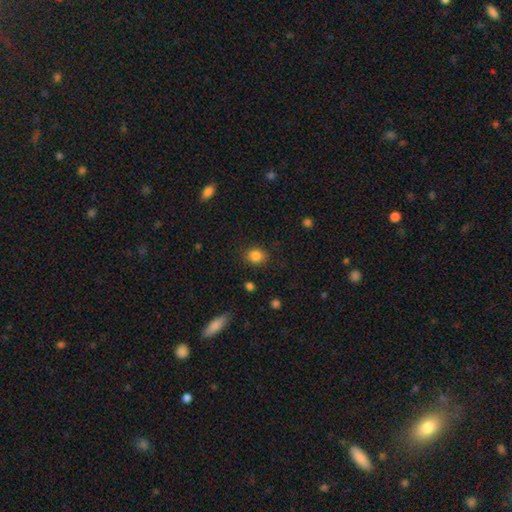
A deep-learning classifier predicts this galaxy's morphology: The model was most divided on "how rounded": round: 72%, in between: 27%, cigar-shaped: 1%. More confident: merging — none (86%); smooth or featured — smooth (85%).